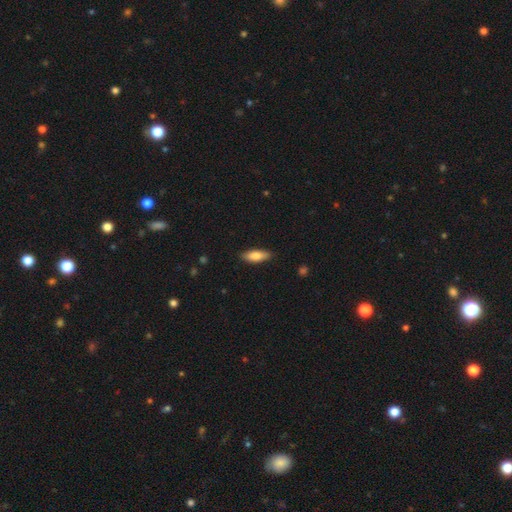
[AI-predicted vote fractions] A smooth galaxy with no disk features (80%) that is in between round and cigar-shaped (65%). Merging: none (86%).